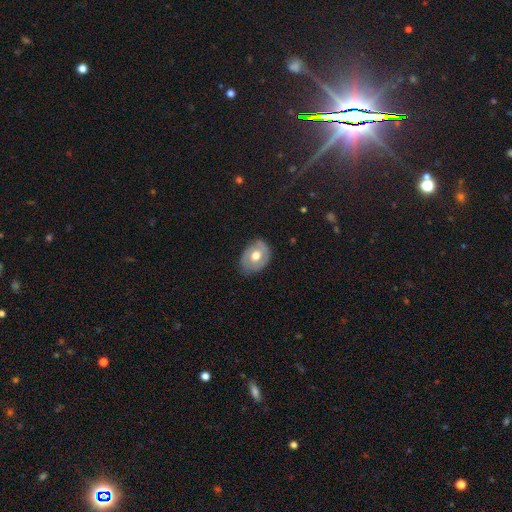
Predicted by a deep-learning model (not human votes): Smooth or featured? Predicted: featured or disk (p=0.47). Merging? Predicted: none (p=0.66).